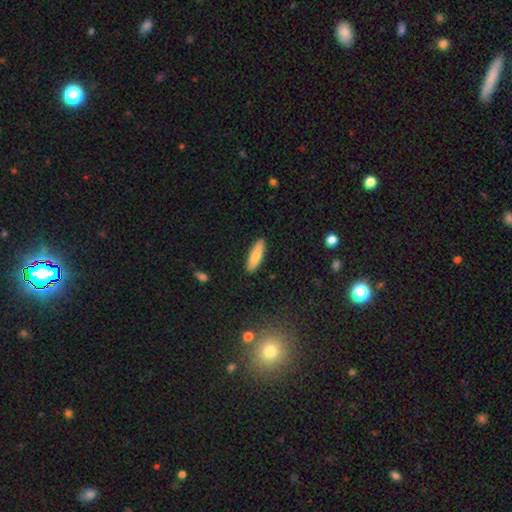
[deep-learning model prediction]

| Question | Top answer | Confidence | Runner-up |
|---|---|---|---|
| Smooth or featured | smooth | 77% | featured or disk (17%) |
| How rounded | cigar-shaped | 59% | in between (39%) |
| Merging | none | 89% | minor disturbance (8%) |